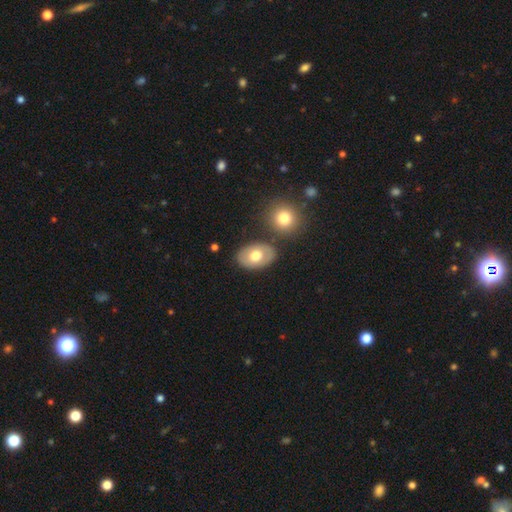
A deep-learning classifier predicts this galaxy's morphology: This is likely a smooth galaxy (62%). How rounded: clearly in between (85%). Merging: likely none (78%).